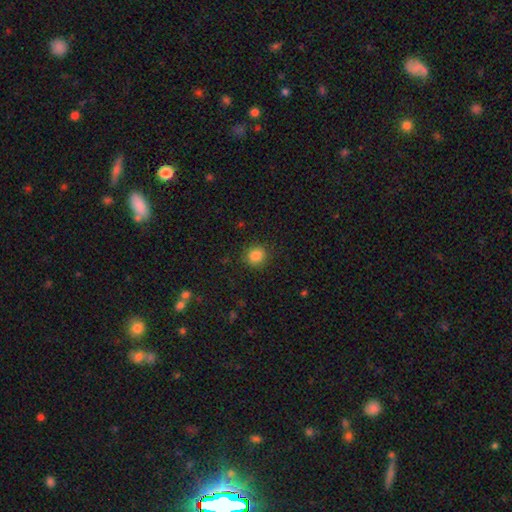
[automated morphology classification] smooth_or_featured: smooth (p=0.84) [alt: star or artifact p=0.11]
how_rounded: round (p=0.87) [alt: in between p=0.12]
merging: none (p=0.90) [alt: minor disturbance p=0.07]